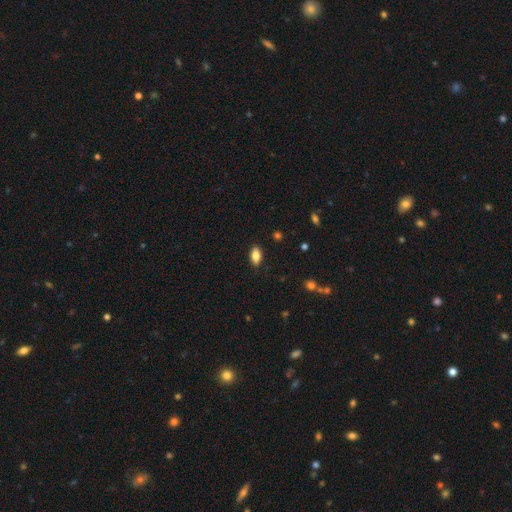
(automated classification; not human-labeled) A smooth galaxy with no disk features (83%) that is in between round and cigar-shaped (90%).

Vote fractions:
- Smooth or featured? smooth: 83% / featured or disk: 9% / star or artifact: 8%
- How rounded? in between: 90% / cigar-shaped: 6% / round: 4%
- Merging? none: 87% / minor disturbance: 10% / major disturbance: 2% / merger: 1%